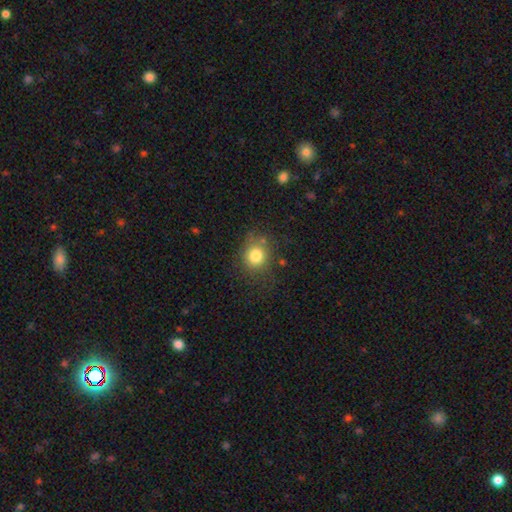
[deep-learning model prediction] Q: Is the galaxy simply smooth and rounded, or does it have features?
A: smooth — 80%.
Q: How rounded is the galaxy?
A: round — 77%.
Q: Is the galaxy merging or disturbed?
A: none — 73%.